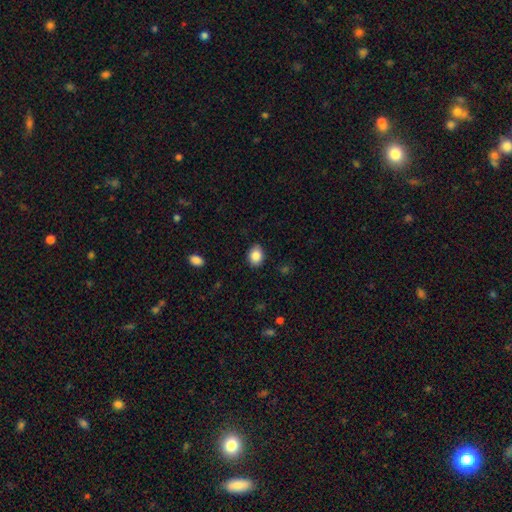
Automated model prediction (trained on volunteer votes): smooth-or-featured: smooth: 87% | star or artifact: 8% | featured or disk: 5%
  how-rounded: in between: 66% | round: 33% | cigar-shaped: 1%
  merging: none: 86% | minor disturbance: 11% | major disturbance: 2% | merger: 1%